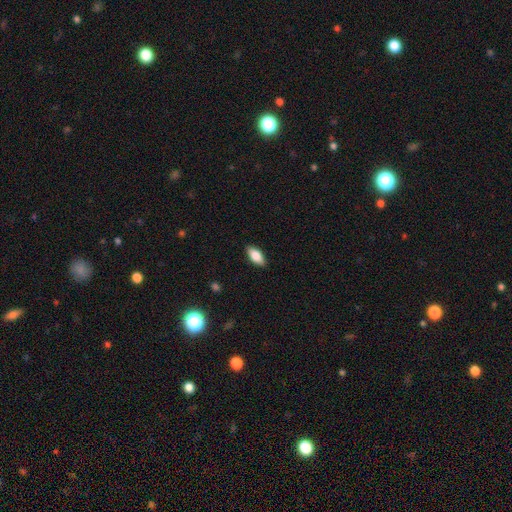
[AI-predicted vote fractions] Q: Smooth or featured?
A: smooth (81%); runner-up: featured or disk (12%)
Q: How rounded?
A: in between (87%); runner-up: cigar-shaped (10%)
Q: Merging?
A: none (87%); runner-up: minor disturbance (10%)